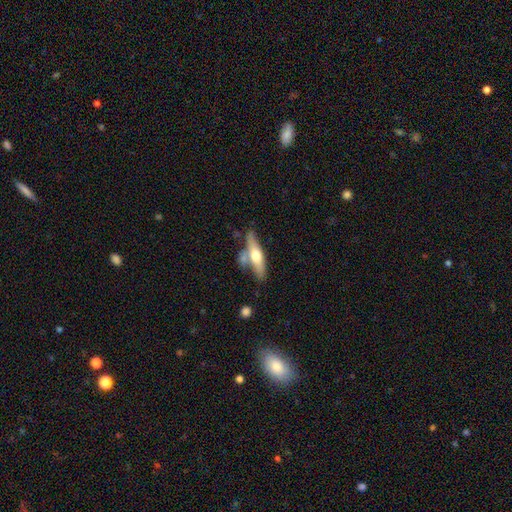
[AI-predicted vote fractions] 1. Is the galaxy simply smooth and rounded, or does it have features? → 50% featured or disk, 45% smooth, 5% star or artifact.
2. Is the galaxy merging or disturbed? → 59% none, 20% merger, 16% minor disturbance, 5% major disturbance.